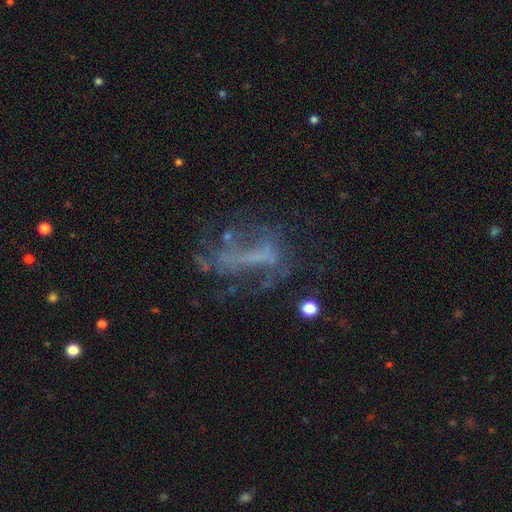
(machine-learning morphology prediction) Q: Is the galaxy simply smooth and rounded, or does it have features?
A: featured or disk — 57%.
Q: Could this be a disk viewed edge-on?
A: no — 89%.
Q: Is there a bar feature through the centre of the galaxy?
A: no — 56%.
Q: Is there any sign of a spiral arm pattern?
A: no — 70%.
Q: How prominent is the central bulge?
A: none — 77%.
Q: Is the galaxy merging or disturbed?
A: none — 39%.